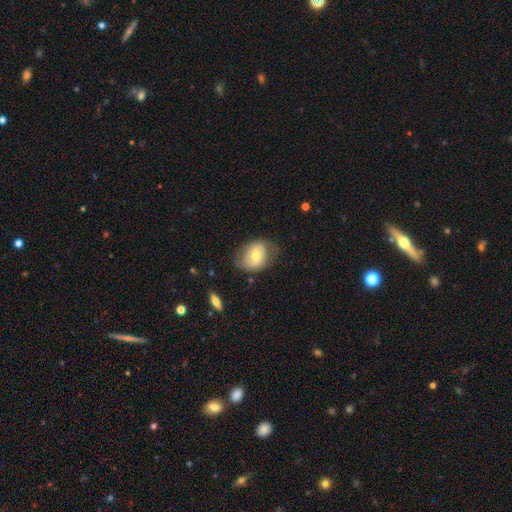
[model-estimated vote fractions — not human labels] A featured or disk galaxy (47%).

Vote fractions:
- Smooth or featured? featured or disk: 47% / smooth: 46% / star or artifact: 7%
- Merging? none: 62% / minor disturbance: 24% / major disturbance: 12% / merger: 2%